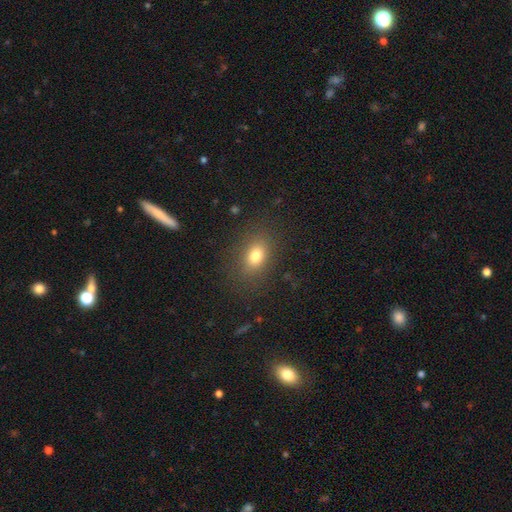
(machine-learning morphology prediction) Smooth or featured?
  - smooth: 77% *
  - star or artifact: 12%
  - featured or disk: 10%
How rounded?
  - in between: 73% *
  - round: 25%
  - cigar-shaped: 2%
Merging?
  - none: 83% *
  - minor disturbance: 11%
  - major disturbance: 5%
  - merger: 1%